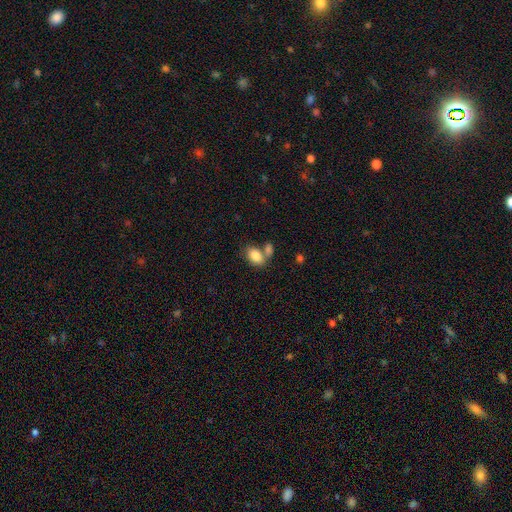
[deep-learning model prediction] A smooth galaxy with no disk features (85%) that is in between round and cigar-shaped (86%).

Vote fractions:
- Smooth or featured? smooth: 85% / star or artifact: 8% / featured or disk: 7%
- How rounded? in between: 86% / round: 13% / cigar-shaped: 1%
- Merging? none: 44% / merger: 39% / minor disturbance: 12% / major disturbance: 5%